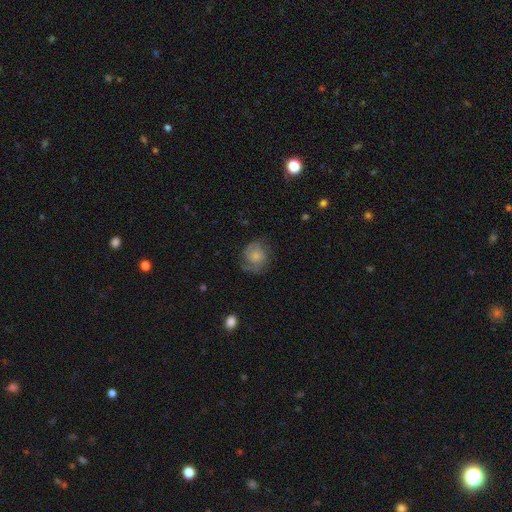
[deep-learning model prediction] smooth-or-featured: smooth: 47% | featured or disk: 45% | star or artifact: 9%
  merging: none: 59% | minor disturbance: 24% | major disturbance: 15% | merger: 1%